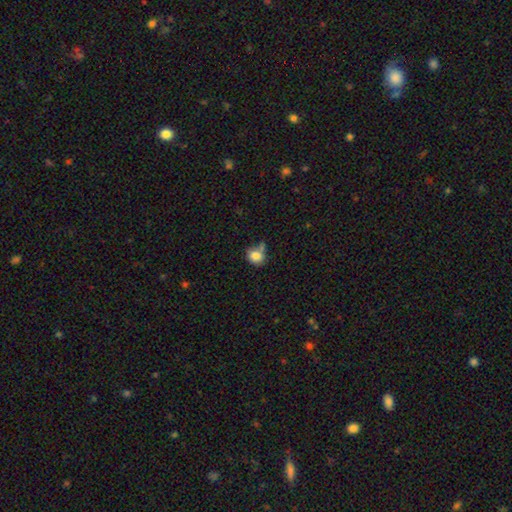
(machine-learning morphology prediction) A smooth galaxy with no disk features (82%) that is round (60%). Merging: none (46%).